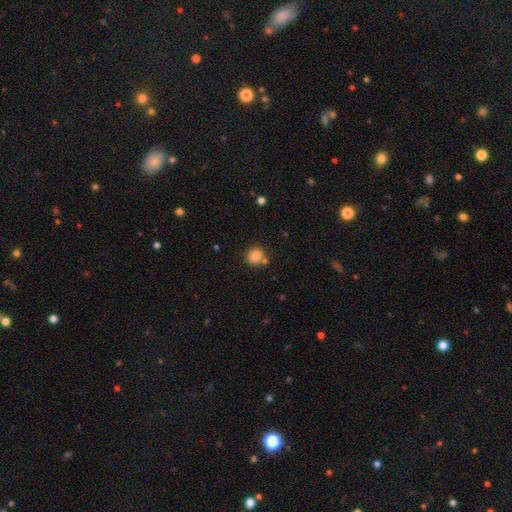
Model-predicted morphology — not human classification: A smooth galaxy with no disk features (84%) that is round (84%).

Vote fractions:
- Smooth or featured? smooth: 84% / star or artifact: 10% / featured or disk: 5%
- How rounded? round: 84% / in between: 15% / cigar-shaped: 1%
- Merging? none: 71% / merger: 13% / minor disturbance: 12% / major disturbance: 4%